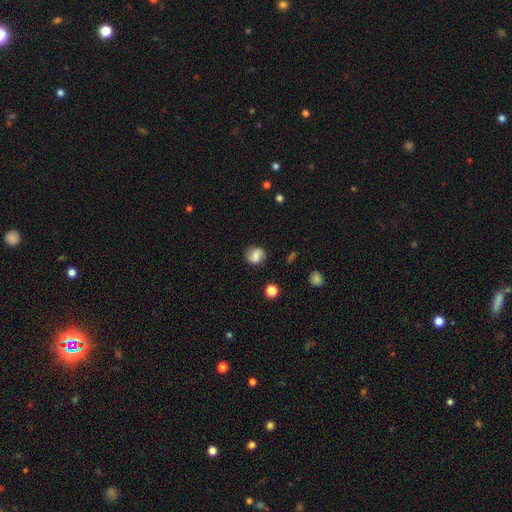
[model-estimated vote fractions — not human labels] Smooth or featured? smooth (55%)
How rounded? round (75%)
Merging? none (78%)